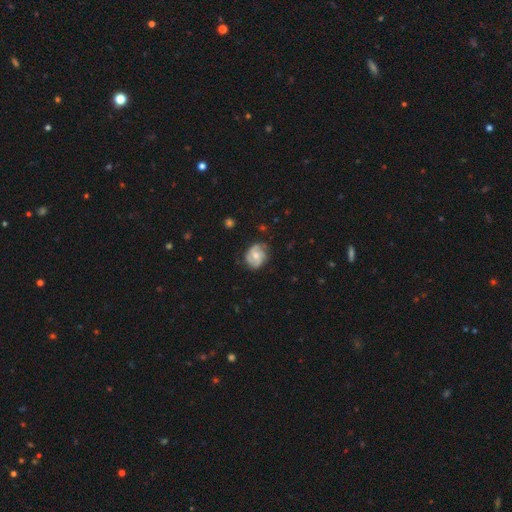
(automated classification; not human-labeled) Q: Smooth or featured?
A: featured or disk (64%); runner-up: smooth (30%)
Q: Edge-on disk?
A: no (97%); runner-up: yes (3%)
Q: Bar?
A: no (62%); runner-up: weak (31%)
Q: Spiral arms?
A: yes (87%); runner-up: no (13%)
Q: Spiral winding?
A: medium (42%); runner-up: tight (41%)
Q: Spiral arm count?
A: 2 (60%); runner-up: can't tell (17%)
Q: Bulge size?
A: moderate (61%); runner-up: small (33%)
Q: Merging?
A: none (69%); runner-up: minor disturbance (23%)